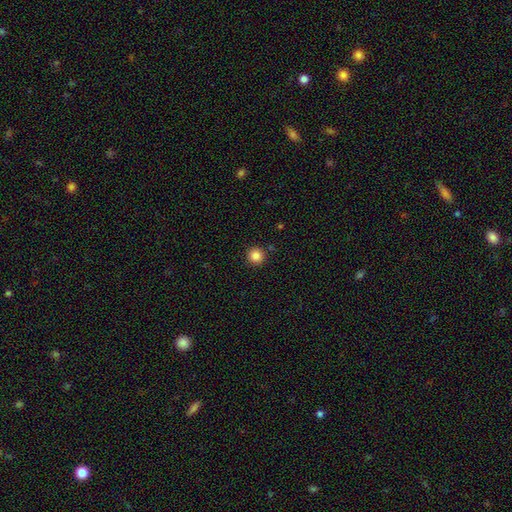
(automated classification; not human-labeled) The model was most divided on "smooth or featured": smooth: 86%, star or artifact: 11%, featured or disk: 4%. More confident: how rounded — round (95%); merging — none (91%).